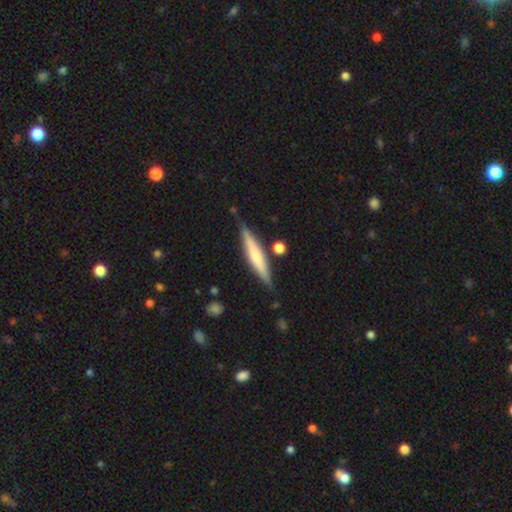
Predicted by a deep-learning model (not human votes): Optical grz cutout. It shows a featured or disk galaxy (49%). Merging: none (83%).